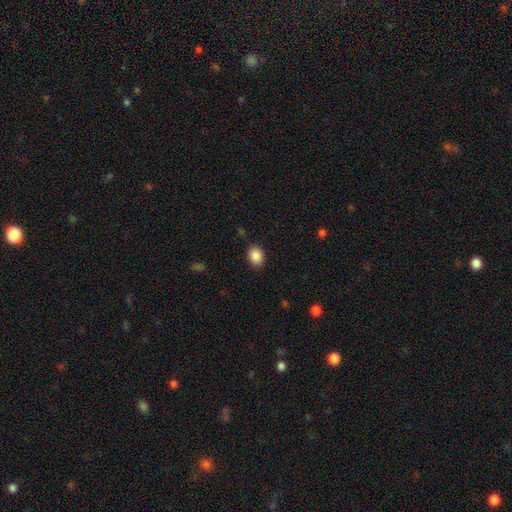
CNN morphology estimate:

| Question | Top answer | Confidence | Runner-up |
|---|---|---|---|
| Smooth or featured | smooth | 88% | star or artifact (8%) |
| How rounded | in between | 62% | round (38%) |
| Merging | none | 88% | minor disturbance (9%) |